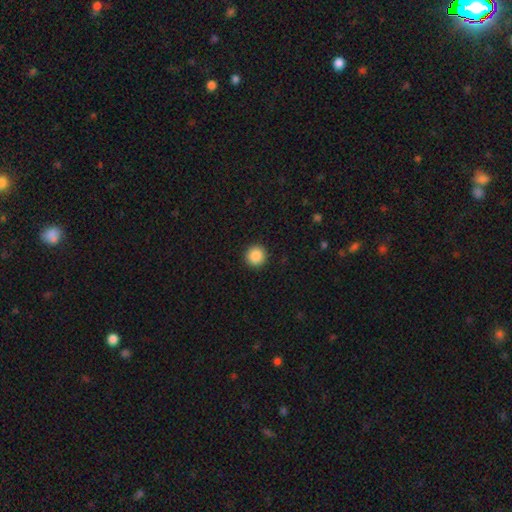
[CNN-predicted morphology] This is clearly a smooth galaxy (88%). How rounded: clearly round (96%). Merging: clearly none (93%).